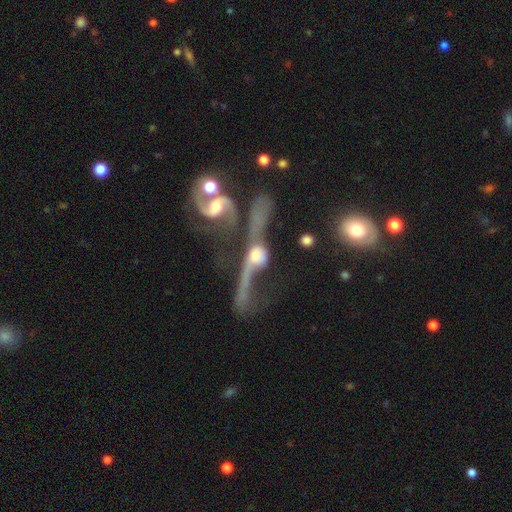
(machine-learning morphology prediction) Smooth or featured?
  - featured or disk: 73% *
  - smooth: 17%
  - star or artifact: 10%
Edge-on disk?
  - no: 70% *
  - yes: 30%
Bar?
  - no: 58% *
  - weak: 28%
  - strong: 14%
Spiral arms?
  - yes: 74% *
  - no: 26%
Bulge size?
  - moderate: 50% *
  - small: 24%
  - large: 16%
  - none: 6%
  - dominant: 4%
Merging?
  - merger: 57% *
  - major disturbance: 20%
  - none: 15%
  - minor disturbance: 8%